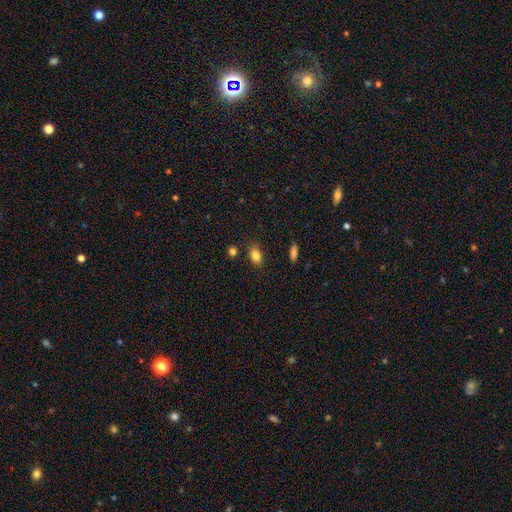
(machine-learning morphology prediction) Q: Smooth or featured?
A: smooth (83%); runner-up: star or artifact (10%)
Q: How rounded?
A: in between (82%); runner-up: round (14%)
Q: Merging?
A: none (80%); runner-up: minor disturbance (13%)